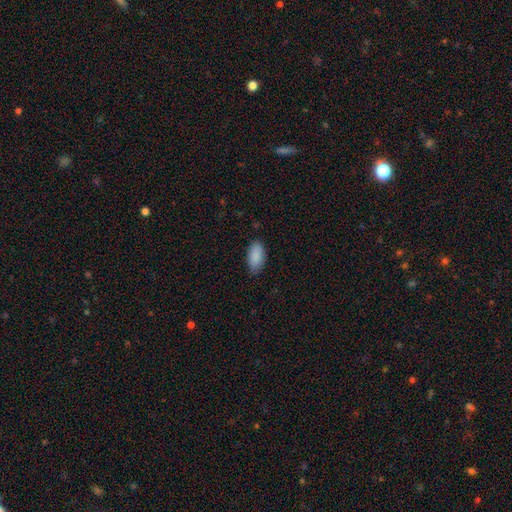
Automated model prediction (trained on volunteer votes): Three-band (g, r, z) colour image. It shows a smooth galaxy with no disk features (89%) that is in between round and cigar-shaped (93%). Merging: none (81%).